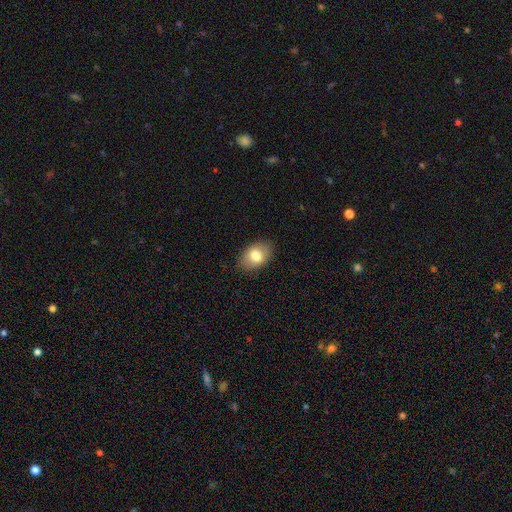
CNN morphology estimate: Smooth or featured: smooth — 78% (featured or disk — 14%)
How rounded: in between — 84% (round — 15%)
Merging: none — 86% (minor disturbance — 10%)